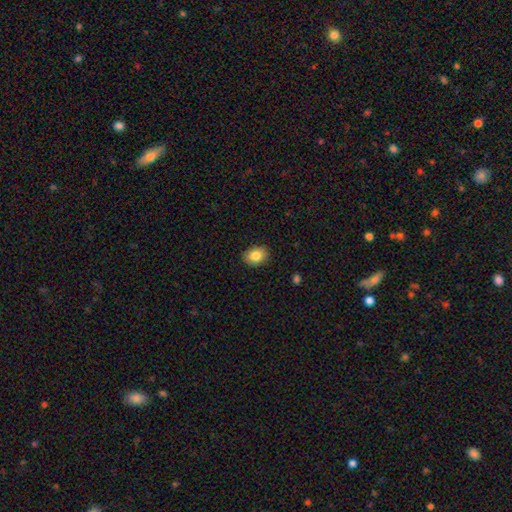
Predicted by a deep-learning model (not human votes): Smooth or featured?
  - smooth: 84% *
  - featured or disk: 9%
  - star or artifact: 8%
How rounded?
  - in between: 67% *
  - round: 32%
  - cigar-shaped: 1%
Merging?
  - none: 89% *
  - minor disturbance: 8%
  - major disturbance: 2%
  - merger: 1%